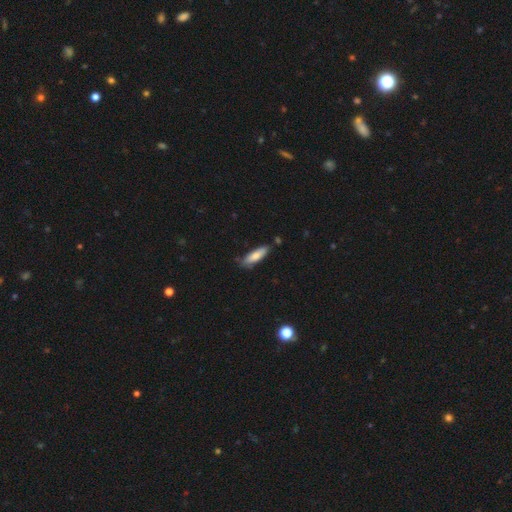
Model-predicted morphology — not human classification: Smooth or featured: smooth — 77% (featured or disk — 17%)
How rounded: cigar-shaped — 55% (in between — 43%)
Merging: none — 75% (minor disturbance — 18%)